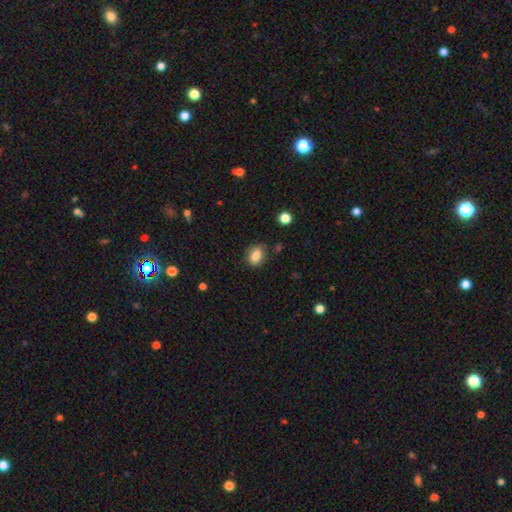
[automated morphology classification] type=smooth (84%); roundness=in between (71%); merging=none (76%).